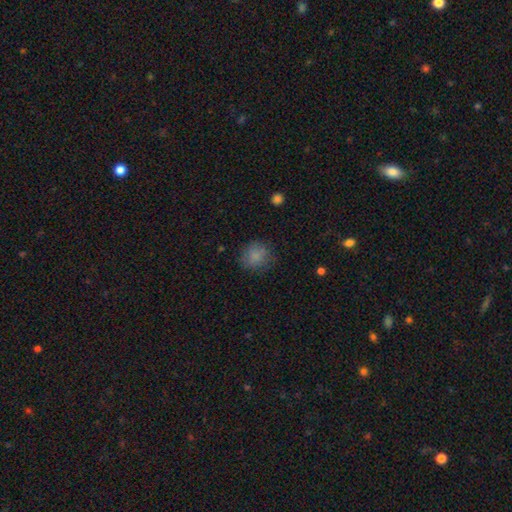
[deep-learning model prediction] Smooth or featured? smooth (82%)
How rounded? round (84%)
Merging? none (76%)